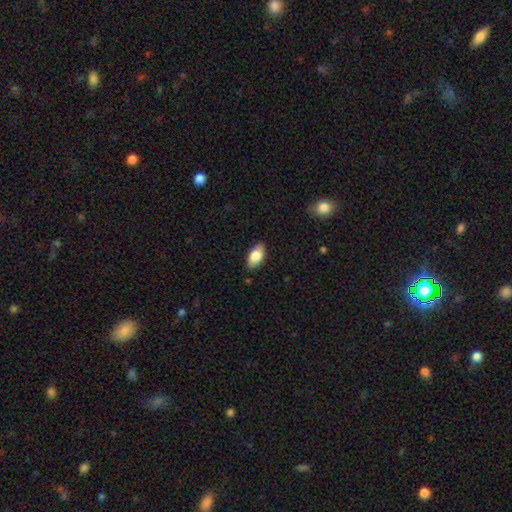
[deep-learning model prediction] This appears to be a smooth galaxy with no disk features (83%) that is in between round and cigar-shaped (93%). Merging: none (87%).